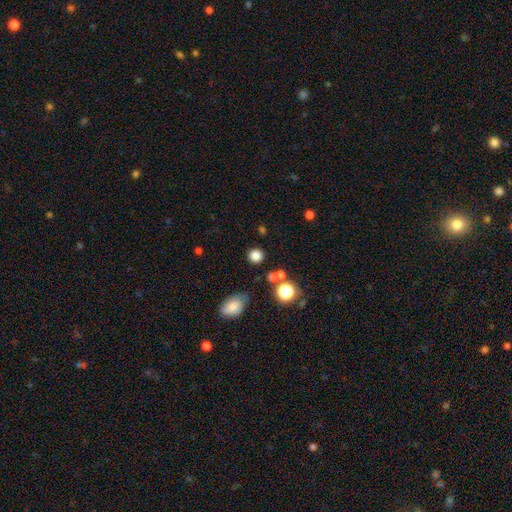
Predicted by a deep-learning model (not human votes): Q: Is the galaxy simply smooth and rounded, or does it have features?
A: smooth — 81%.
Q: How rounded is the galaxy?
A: round — 90%.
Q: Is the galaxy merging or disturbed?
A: none — 84%.